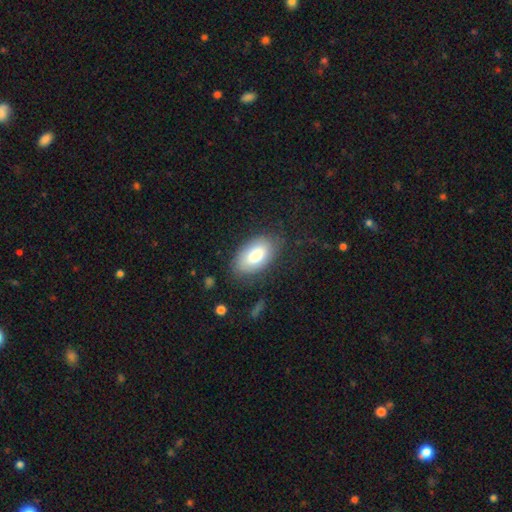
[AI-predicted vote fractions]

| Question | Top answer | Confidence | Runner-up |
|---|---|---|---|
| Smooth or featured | smooth | 77% | featured or disk (16%) |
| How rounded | in between | 93% | round (5%) |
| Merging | none | 77% | minor disturbance (15%) |